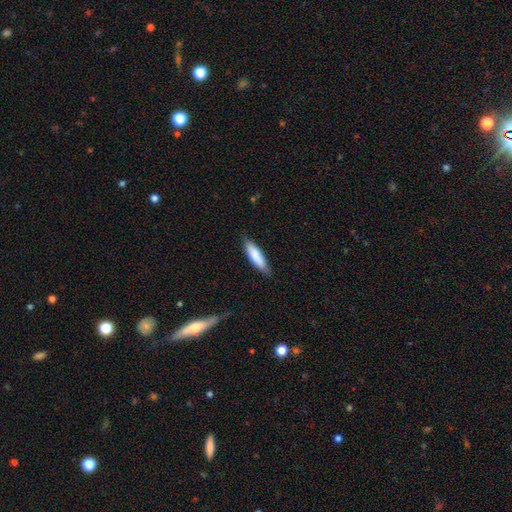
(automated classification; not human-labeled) Smooth or featured? smooth (82%)
How rounded? cigar-shaped (62%)
Merging? none (81%)